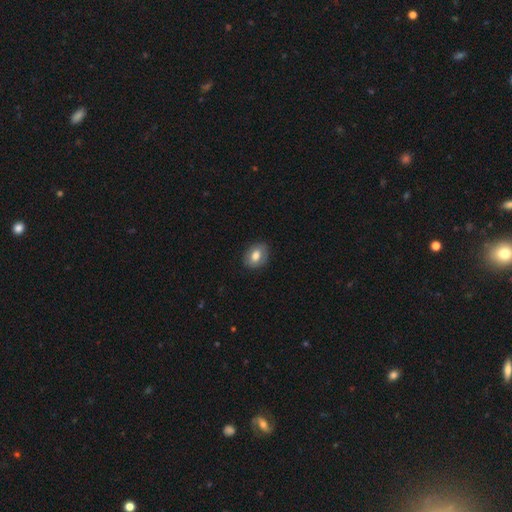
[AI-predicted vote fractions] The model was most divided on "how rounded": in between: 64%, round: 35%, cigar-shaped: 1%. More confident: merging — none (84%); smooth or featured — smooth (74%).